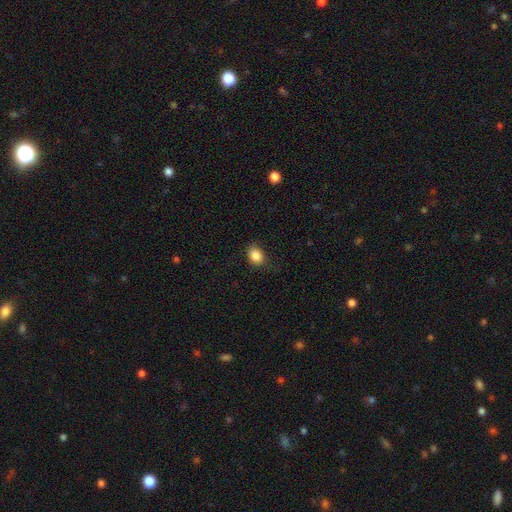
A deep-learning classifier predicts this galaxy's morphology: type=smooth (86%); roundness=in between (56%); merging=none (78%).